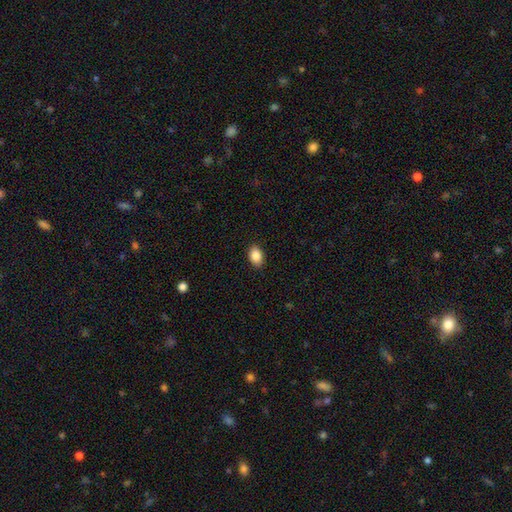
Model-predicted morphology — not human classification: A smooth galaxy with no disk features (87%) that is in between round and cigar-shaped (86%).

Vote fractions:
- Smooth or featured? smooth: 87% / star or artifact: 8% / featured or disk: 5%
- How rounded? in between: 86% / round: 13% / cigar-shaped: 1%
- Merging? none: 89% / minor disturbance: 8% / major disturbance: 2% / merger: 1%